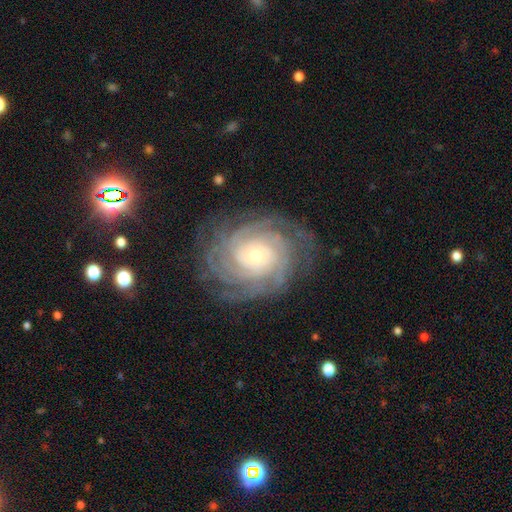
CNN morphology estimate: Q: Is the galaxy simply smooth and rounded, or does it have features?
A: featured or disk — 89%.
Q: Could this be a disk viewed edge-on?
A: no — 97%.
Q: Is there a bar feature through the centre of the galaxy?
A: no — 77%.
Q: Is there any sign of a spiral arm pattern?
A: yes — 98%.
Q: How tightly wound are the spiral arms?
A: tight — 80%.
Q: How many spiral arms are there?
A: more than 4 — 26%.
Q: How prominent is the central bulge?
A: small — 62%.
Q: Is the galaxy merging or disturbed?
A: none — 80%.